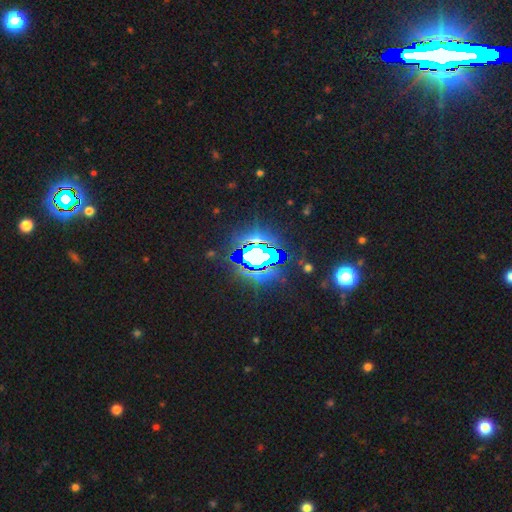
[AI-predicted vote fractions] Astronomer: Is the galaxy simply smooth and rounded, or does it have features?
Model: star or artifact — 70%.